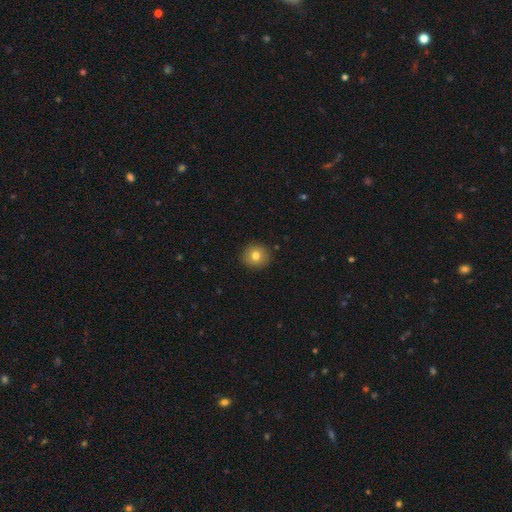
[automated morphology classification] A smooth galaxy with no disk features (78%) that is round (92%). Merging: none (91%).